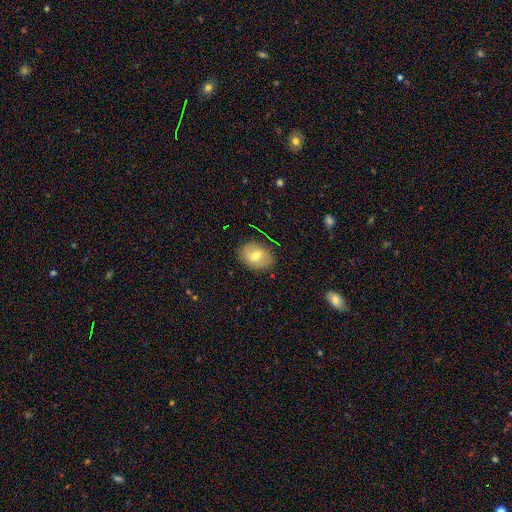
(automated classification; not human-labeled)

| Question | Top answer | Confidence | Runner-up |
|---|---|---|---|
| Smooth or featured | smooth | 67% | featured or disk (24%) |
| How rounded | in between | 69% | round (29%) |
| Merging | none | 83% | minor disturbance (13%) |